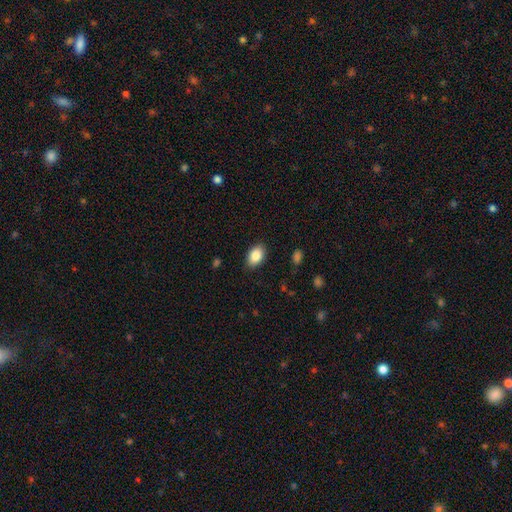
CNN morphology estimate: The model was most divided on "how rounded": in between: 87%, round: 12%, cigar-shaped: 1%. More confident: merging — none (87%); smooth or featured — smooth (86%).